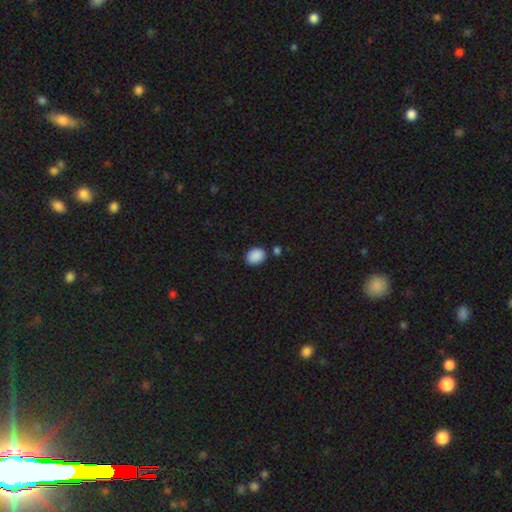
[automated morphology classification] This is clearly a smooth galaxy (89%). How rounded: likely in between (63%). Merging: likely none (79%).